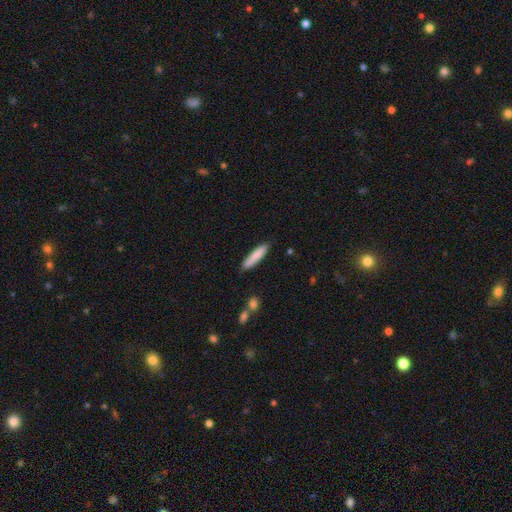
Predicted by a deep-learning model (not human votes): smooth_or_featured: smooth (p=0.82) [alt: featured or disk p=0.13]
how_rounded: cigar-shaped (p=0.86) [alt: in between p=0.13]
merging: none (p=0.86) [alt: minor disturbance p=0.10]